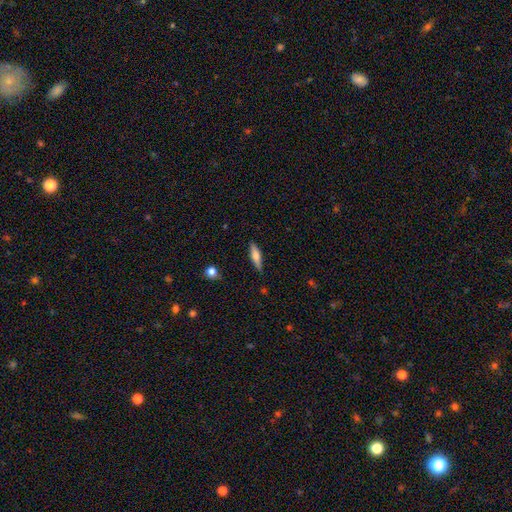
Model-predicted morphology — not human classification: This is possibly a smooth galaxy (59%). How rounded: likely cigar-shaped (66%). Merging: clearly none (84%).